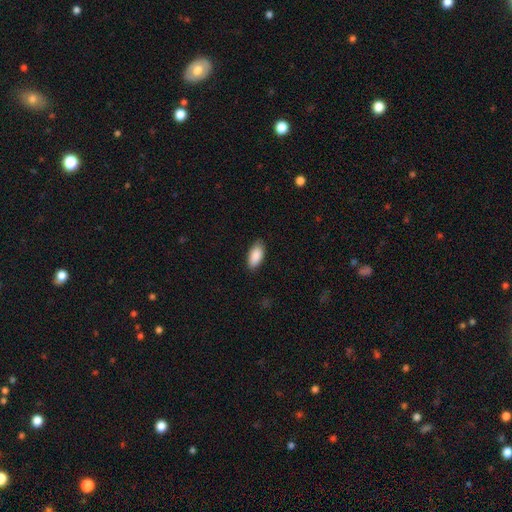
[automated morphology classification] smooth-or-featured: smooth: 90% | star or artifact: 6% | featured or disk: 4%
  how-rounded: in between: 93% | cigar-shaped: 5% | round: 2%
  merging: none: 84% | minor disturbance: 13% | major disturbance: 2% | merger: 1%